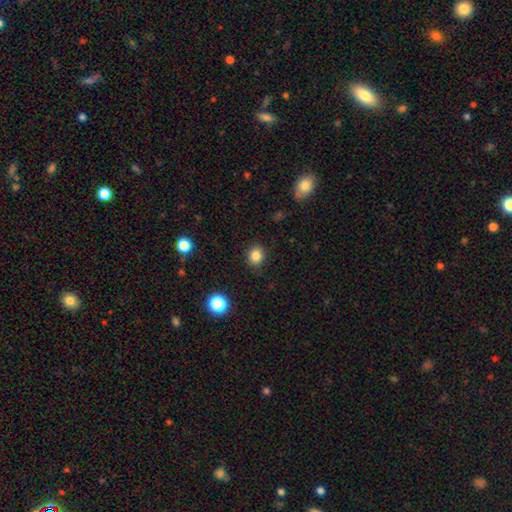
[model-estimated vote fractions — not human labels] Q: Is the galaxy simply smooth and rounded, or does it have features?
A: smooth — 84%.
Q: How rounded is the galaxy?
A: round — 63%.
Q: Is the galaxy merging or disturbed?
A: none — 89%.